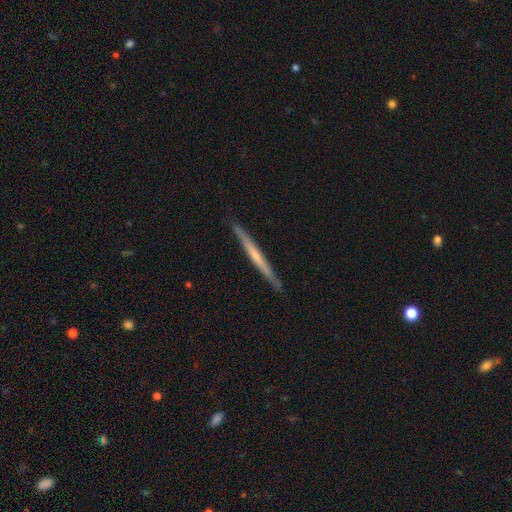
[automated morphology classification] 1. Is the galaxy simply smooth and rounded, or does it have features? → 56% featured or disk, 39% smooth, 5% star or artifact.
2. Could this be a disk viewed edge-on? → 97% yes, 3% no.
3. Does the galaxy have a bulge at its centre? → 72% none, 22% rounded, 6% boxy.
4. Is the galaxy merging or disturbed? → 90% none, 8% minor disturbance, 1% major disturbance, 1% merger.